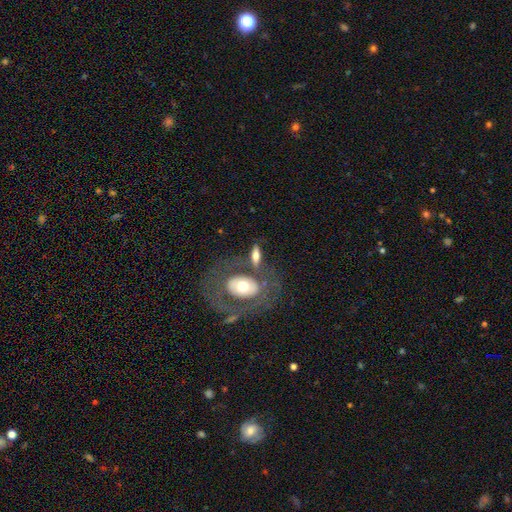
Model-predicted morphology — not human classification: smooth 50%, featured or disk 43%, star or artifact 7%. Down the decision tree: how rounded — in between (76%); merging — none (55%).